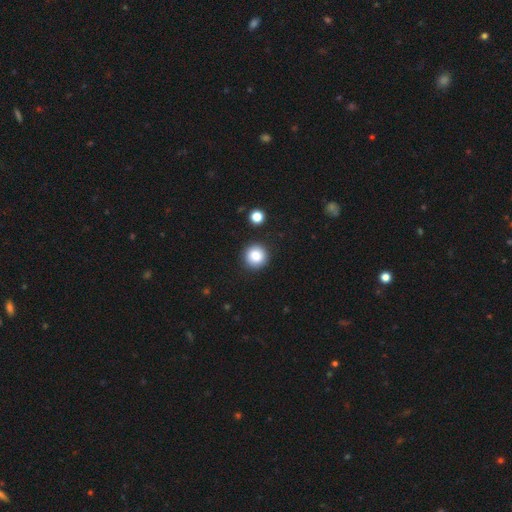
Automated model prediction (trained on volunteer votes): Smooth or featured?
  - smooth: 83% *
  - star or artifact: 10%
  - featured or disk: 7%
How rounded?
  - round: 95% *
  - in between: 4%
  - cigar-shaped: 1%
Merging?
  - none: 90% *
  - minor disturbance: 6%
  - merger: 2%
  - major disturbance: 2%